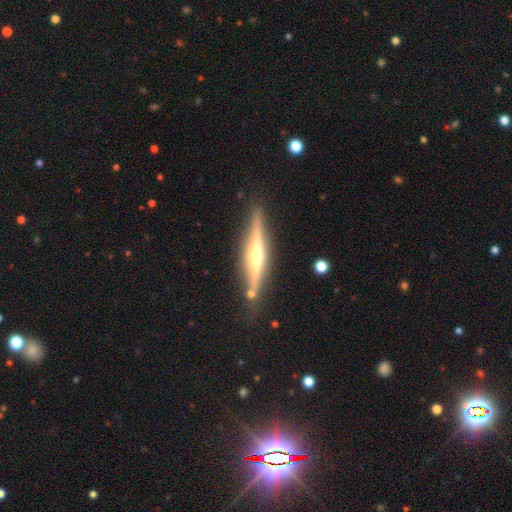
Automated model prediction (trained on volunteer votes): Q: Smooth or featured?
A: featured or disk (79%); runner-up: smooth (16%)
Q: Edge-on disk?
A: yes (97%); runner-up: no (3%)
Q: Edge-on bulge?
A: rounded (87%); runner-up: none (8%)
Q: Merging?
A: none (84%); runner-up: minor disturbance (10%)